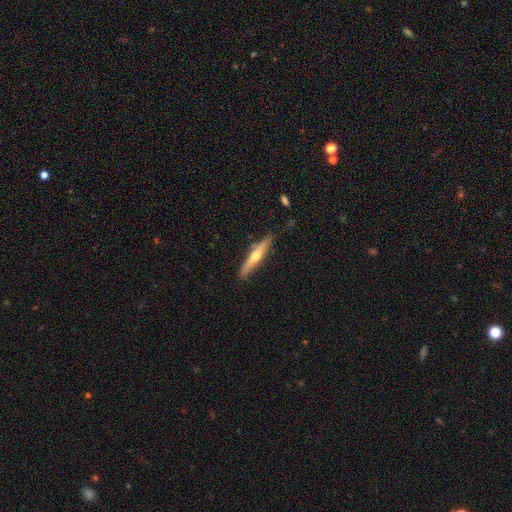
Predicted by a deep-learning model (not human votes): Smooth or featured? featured or disk (54%)
Edge-on disk? yes (93%)
Edge-on bulge? rounded (88%)
Merging? none (84%)